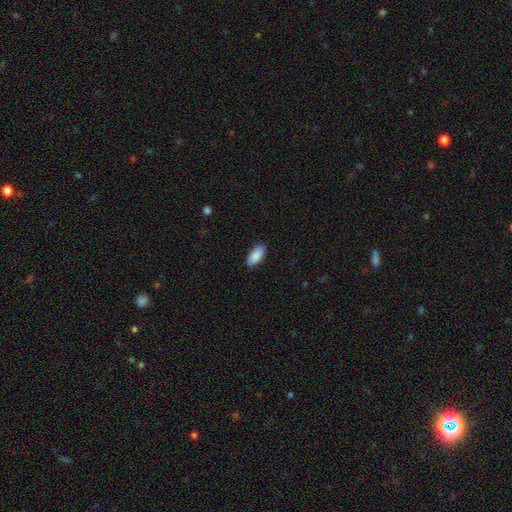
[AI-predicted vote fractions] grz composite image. It shows a smooth galaxy with no disk features (88%) that is in between round and cigar-shaped (93%). Merging: none (87%).